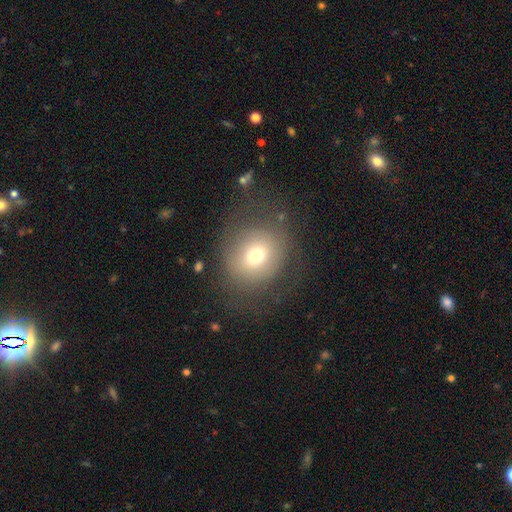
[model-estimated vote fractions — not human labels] Smooth or featured? smooth (65%)
How rounded? round (81%)
Merging? none (66%)